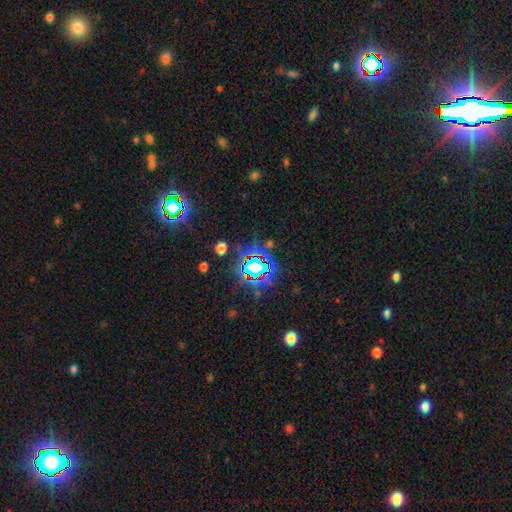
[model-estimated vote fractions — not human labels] Smooth or featured: star or artifact — 81% (smooth — 11%)